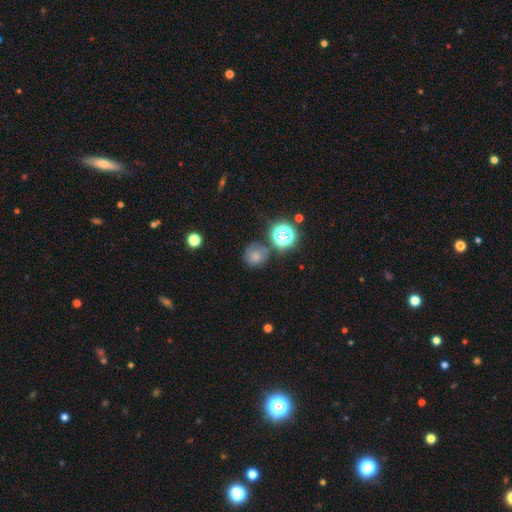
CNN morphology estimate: This appears to be a smooth galaxy with no disk features (69%) that is round (90%). Merging: none (69%).